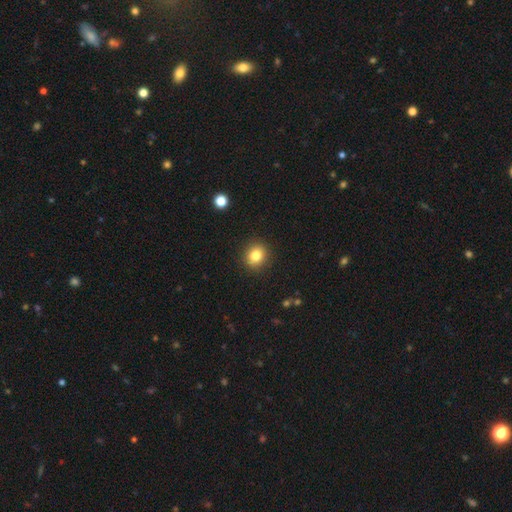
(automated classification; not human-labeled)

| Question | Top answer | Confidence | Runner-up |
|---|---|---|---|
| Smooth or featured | smooth | 83% | star or artifact (11%) |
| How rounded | round | 76% | in between (23%) |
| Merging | none | 90% | minor disturbance (6%) |